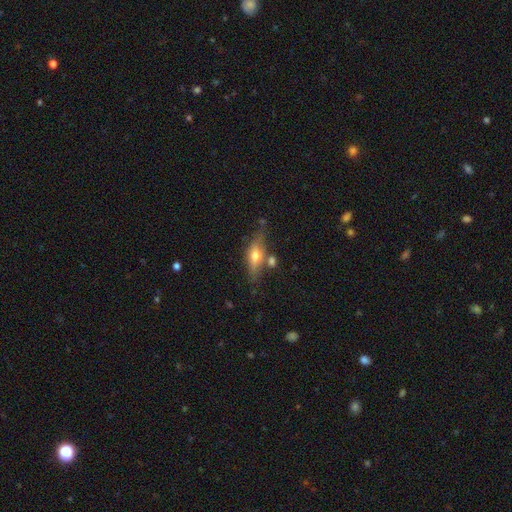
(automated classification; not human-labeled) The model was most divided on "smooth or featured" (2-way tie): smooth: 46%, featured or disk: 46%, star or artifact: 8%. More confident: merging — none (67%).